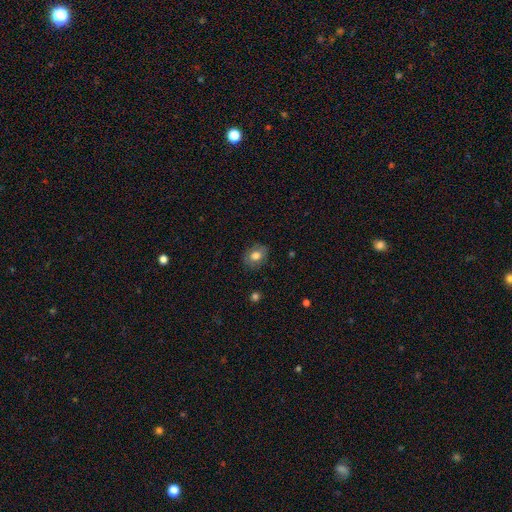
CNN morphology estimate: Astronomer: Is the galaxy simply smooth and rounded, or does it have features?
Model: smooth — 75%.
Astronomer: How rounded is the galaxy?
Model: in between — 52% (runner-up: round, 47%).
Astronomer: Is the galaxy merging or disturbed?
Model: none — 82%.